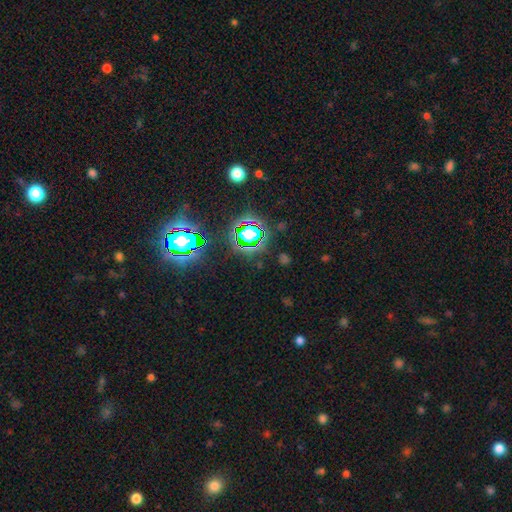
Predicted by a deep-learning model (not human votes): smooth-or-featured: star or artifact: 80% | smooth: 12% | featured or disk: 7%